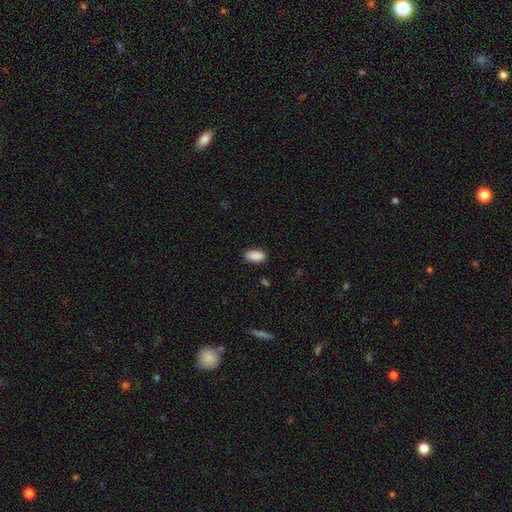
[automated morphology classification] Smooth or featured?
  - smooth: 90% *
  - star or artifact: 7%
  - featured or disk: 3%
How rounded?
  - in between: 93% *
  - cigar-shaped: 5%
  - round: 3%
Merging?
  - none: 86% *
  - minor disturbance: 11%
  - major disturbance: 2%
  - merger: 1%